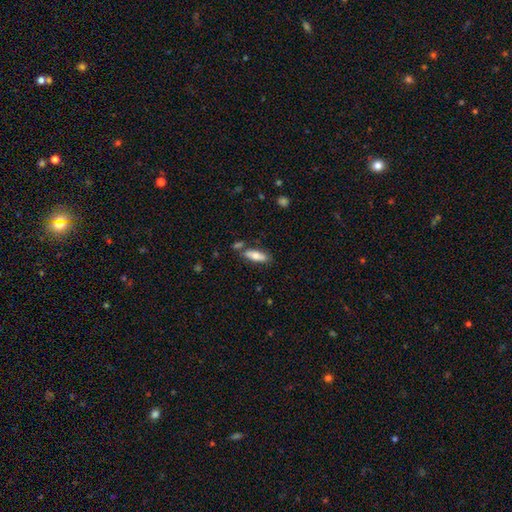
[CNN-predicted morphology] smooth_or_featured: smooth (p=0.72) [alt: featured or disk p=0.21]
how_rounded: in between (p=0.61) [alt: cigar-shaped p=0.37]
merging: none (p=0.72) [alt: minor disturbance p=0.15]